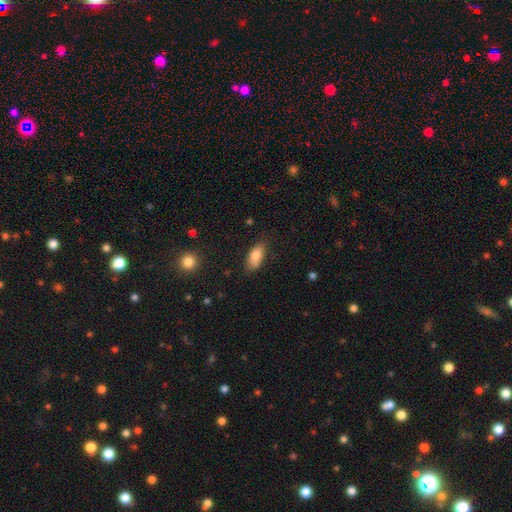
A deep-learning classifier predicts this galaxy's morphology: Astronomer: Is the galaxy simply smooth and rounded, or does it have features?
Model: smooth — 82%.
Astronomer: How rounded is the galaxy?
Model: in between — 85%.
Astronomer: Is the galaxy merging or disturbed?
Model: none — 73%.